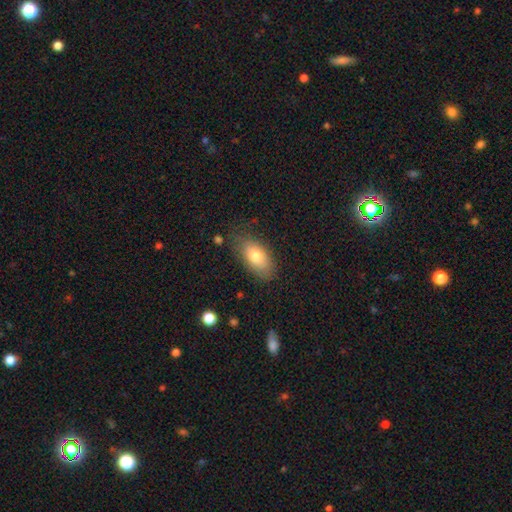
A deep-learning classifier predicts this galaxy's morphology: Smooth or featured?
  - smooth: 77% *
  - featured or disk: 16%
  - star or artifact: 7%
How rounded?
  - in between: 89% *
  - cigar-shaped: 5%
  - round: 5%
Merging?
  - none: 74% *
  - minor disturbance: 19%
  - major disturbance: 5%
  - merger: 2%